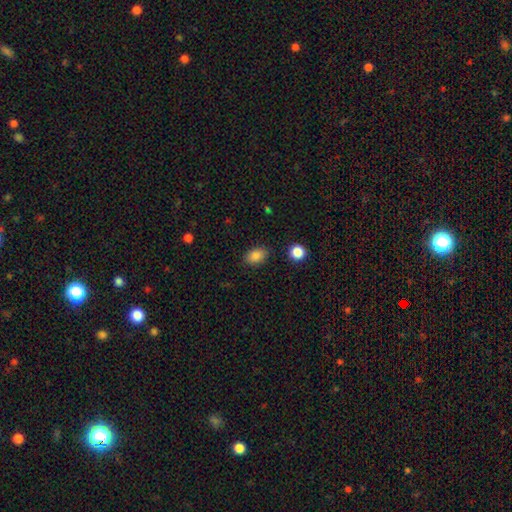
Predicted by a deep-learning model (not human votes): The model was most divided on "how rounded": in between: 80%, round: 19%, cigar-shaped: 1%. More confident: smooth or featured — smooth (85%); merging — none (84%).